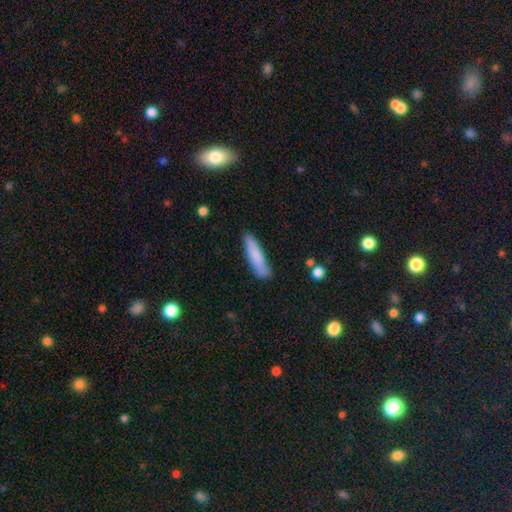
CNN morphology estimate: A smooth galaxy with no disk features (82%) that is cigar-shaped (82%). Merging: none (82%).